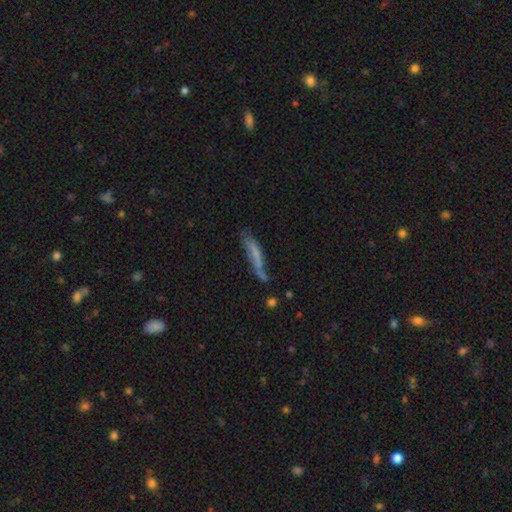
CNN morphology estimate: The model was most divided on "smooth or featured": smooth: 54%, featured or disk: 37%, star or artifact: 10%. Remaining: how rounded — cigar-shaped (86%); merging — none (49%).